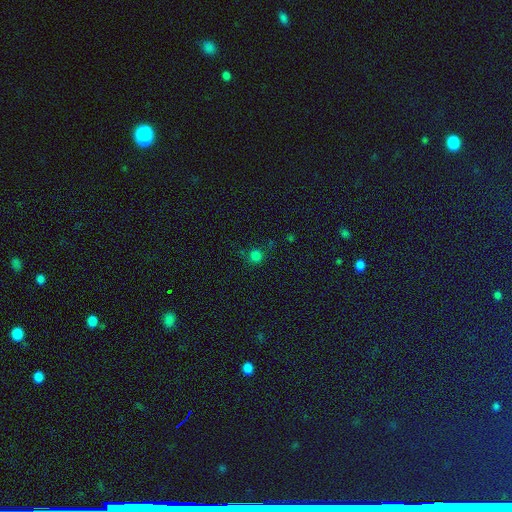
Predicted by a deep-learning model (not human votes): Smooth or featured: smooth — 75% (star or artifact — 21%)
How rounded: round — 92% (in between — 7%)
Merging: none — 79% (minor disturbance — 12%)